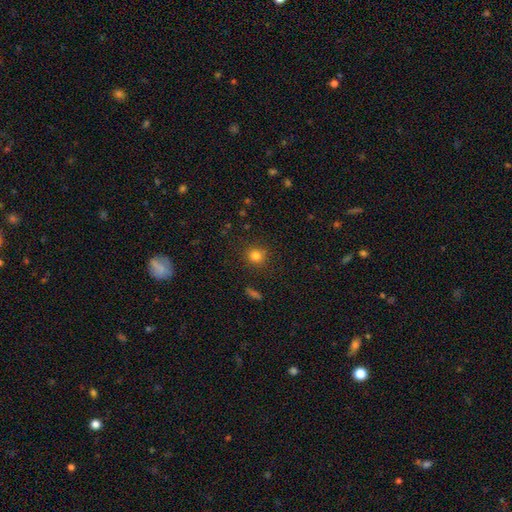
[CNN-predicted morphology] A smooth galaxy with no disk features (81%) that is round (85%). Merging: none (86%).